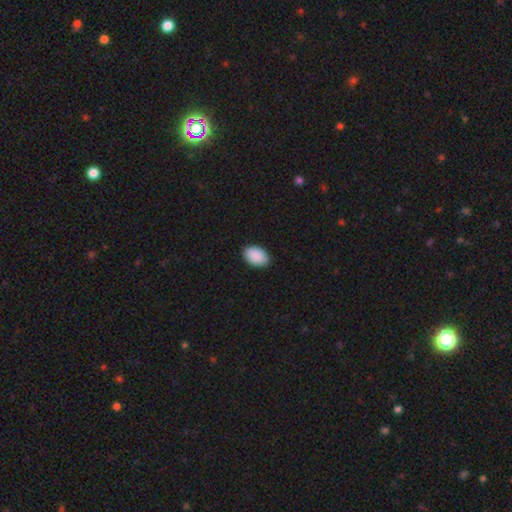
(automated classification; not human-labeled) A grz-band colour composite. It shows a smooth galaxy with no disk features (91%) that is in between round and cigar-shaped (89%). Merging: none (88%).